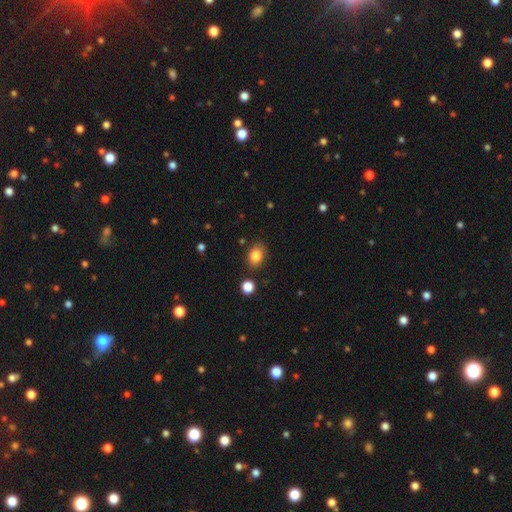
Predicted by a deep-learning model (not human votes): smooth_or_featured: smooth (p=0.84) [alt: star or artifact p=0.10]
how_rounded: in between (p=0.66) [alt: round p=0.33]
merging: none (p=0.81) [alt: minor disturbance p=0.12]